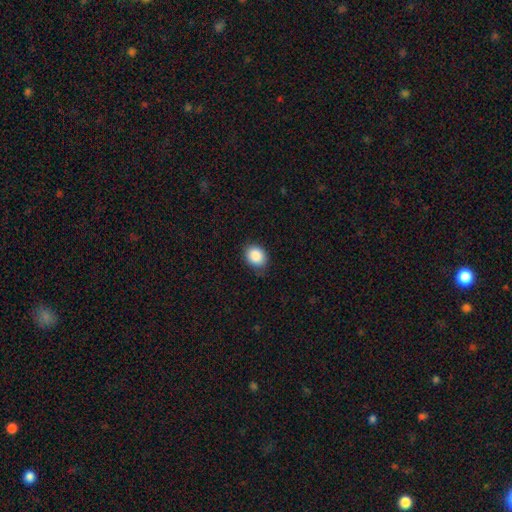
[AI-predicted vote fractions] A smooth galaxy with no disk features (88%) that is in between round and cigar-shaped (52%).

Vote fractions:
- Smooth or featured? smooth: 88% / star or artifact: 8% / featured or disk: 4%
- How rounded? in between: 52% / round: 47% / cigar-shaped: 1%
- Merging? none: 80% / minor disturbance: 16% / major disturbance: 3% / merger: 1%